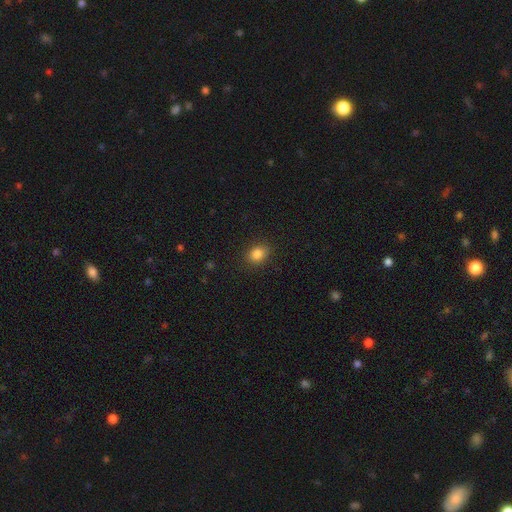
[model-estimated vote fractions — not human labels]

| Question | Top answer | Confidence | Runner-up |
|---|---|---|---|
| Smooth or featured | smooth | 83% | star or artifact (12%) |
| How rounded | round | 55% | in between (44%) |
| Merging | none | 90% | minor disturbance (7%) |